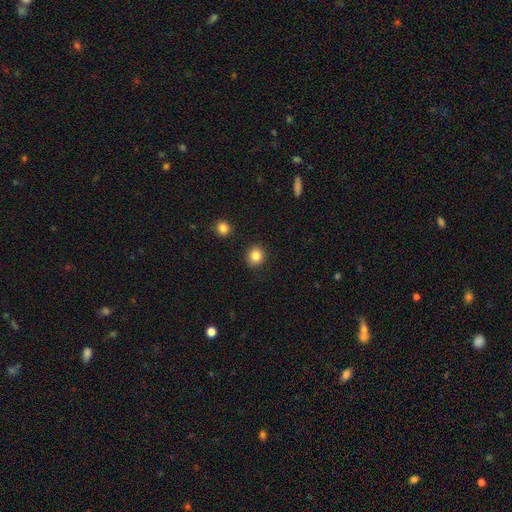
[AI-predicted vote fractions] smooth_or_featured: smooth (p=0.85) [alt: star or artifact p=0.10]
how_rounded: round (p=0.84) [alt: in between p=0.15]
merging: none (p=0.91) [alt: minor disturbance p=0.06]